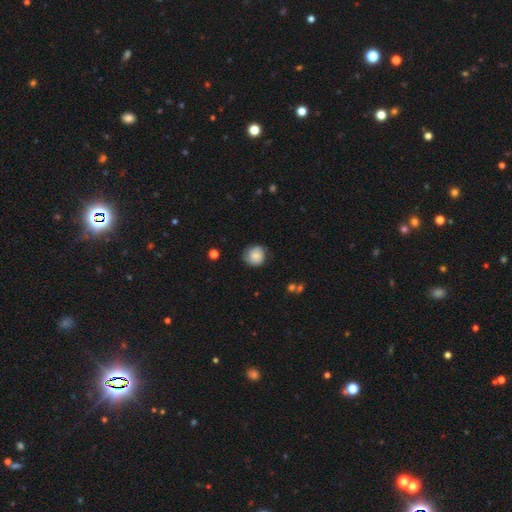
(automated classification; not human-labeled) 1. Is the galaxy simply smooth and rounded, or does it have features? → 74% smooth, 18% featured or disk, 8% star or artifact.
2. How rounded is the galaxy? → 86% round, 13% in between, 1% cigar-shaped.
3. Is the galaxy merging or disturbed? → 70% none, 23% minor disturbance, 6% major disturbance, 1% merger.